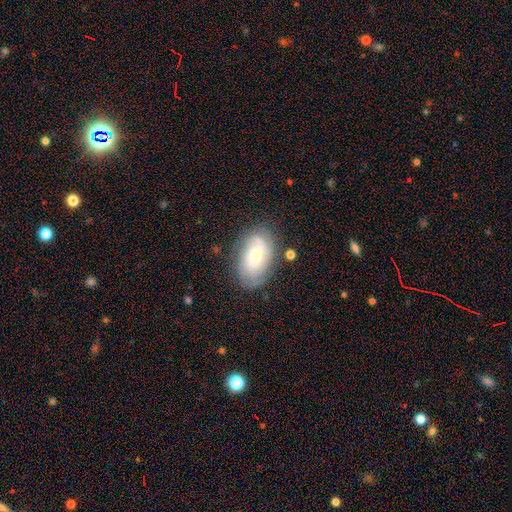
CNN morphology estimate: Overall: featured or disk (65%; smooth 27%). Edge-on disk: no (95%). Bar: no (60%; weak 32%). Spiral arms: yes (86%). Spiral arm count: can't tell (44%; 2 27%). Spiral winding: tight (62%; medium 28%). Bulge size: small (50%; moderate 44%). Merging: none (75%).